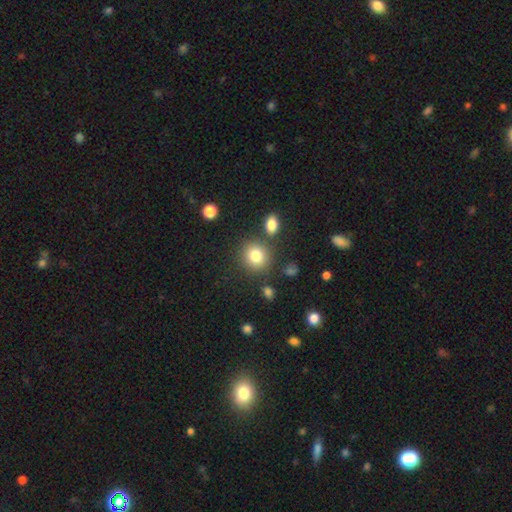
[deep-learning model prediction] This appears to be a smooth galaxy with no disk features (81%) that is round (84%). Merging: none (79%).